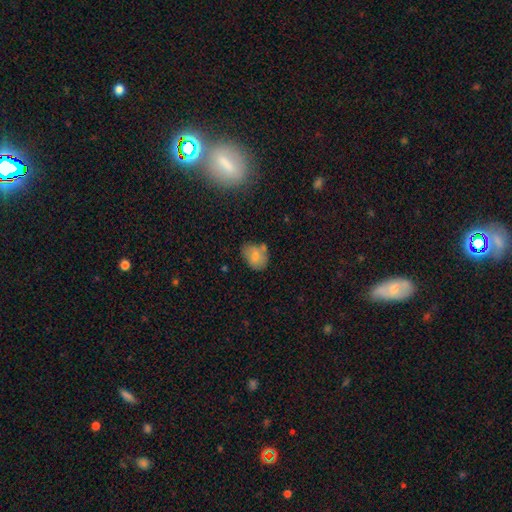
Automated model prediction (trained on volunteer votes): A smooth galaxy with no disk features (73%) that is in between round and cigar-shaped (60%). Merging: none (56%).